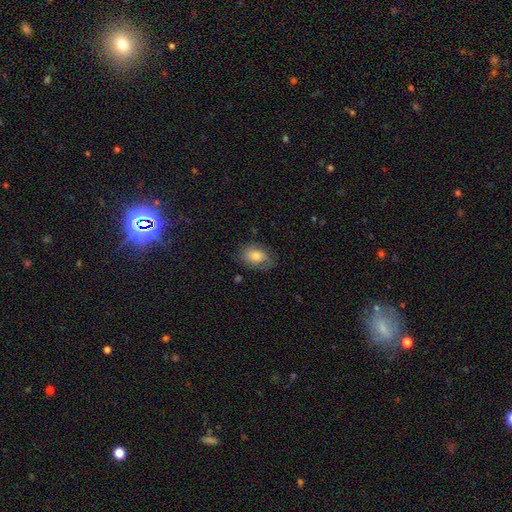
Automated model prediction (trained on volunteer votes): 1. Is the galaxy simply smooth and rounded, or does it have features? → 72% smooth, 19% featured or disk, 9% star or artifact.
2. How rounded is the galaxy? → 78% in between, 21% round, 1% cigar-shaped.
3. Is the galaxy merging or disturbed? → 68% none, 22% minor disturbance, 8% major disturbance, 1% merger.